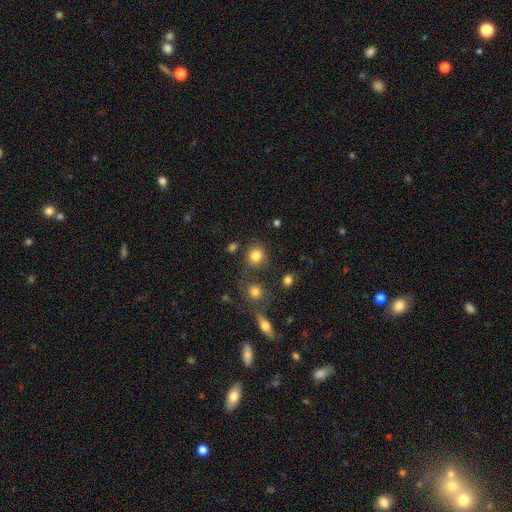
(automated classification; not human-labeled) This appears to be a smooth galaxy with no disk features (82%) that is round (84%). Merging: none (73%).